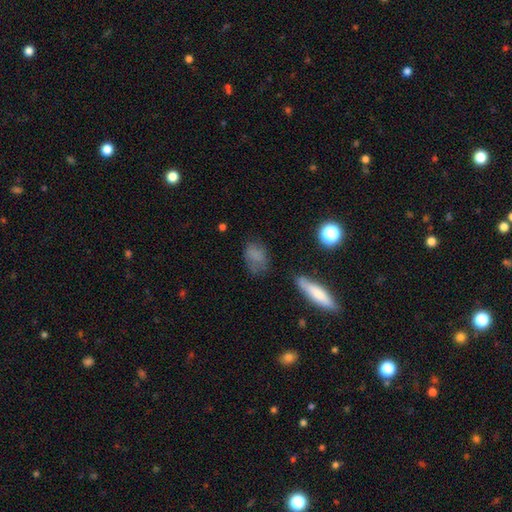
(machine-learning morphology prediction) Smooth or featured?
  - smooth: 72% *
  - featured or disk: 15%
  - star or artifact: 13%
How rounded?
  - in between: 77% *
  - round: 19%
  - cigar-shaped: 4%
Merging?
  - none: 51% *
  - minor disturbance: 28%
  - major disturbance: 15%
  - merger: 5%